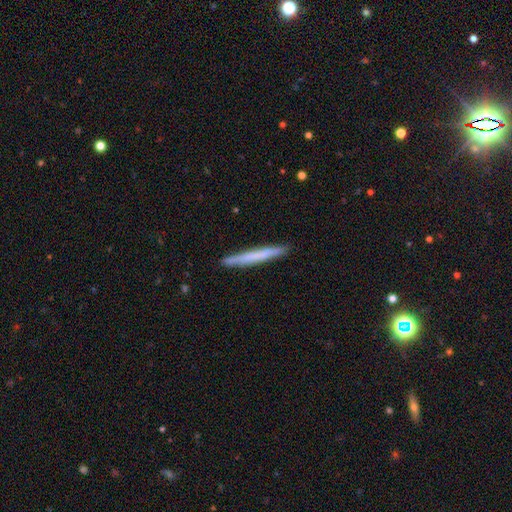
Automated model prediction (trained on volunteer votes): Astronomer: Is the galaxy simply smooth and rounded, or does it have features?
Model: smooth — 64%.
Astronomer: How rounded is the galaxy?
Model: cigar-shaped — 97%.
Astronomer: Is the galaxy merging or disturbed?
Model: none — 91%.